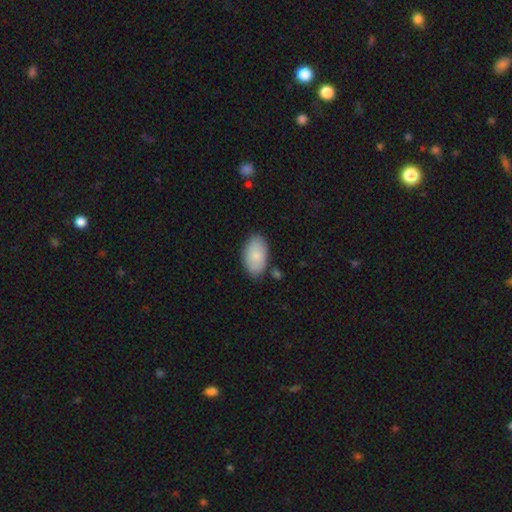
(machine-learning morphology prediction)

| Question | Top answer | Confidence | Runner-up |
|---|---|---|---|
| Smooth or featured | smooth | 81% | featured or disk (13%) |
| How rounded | in between | 94% | round (4%) |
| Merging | none | 79% | minor disturbance (15%) |